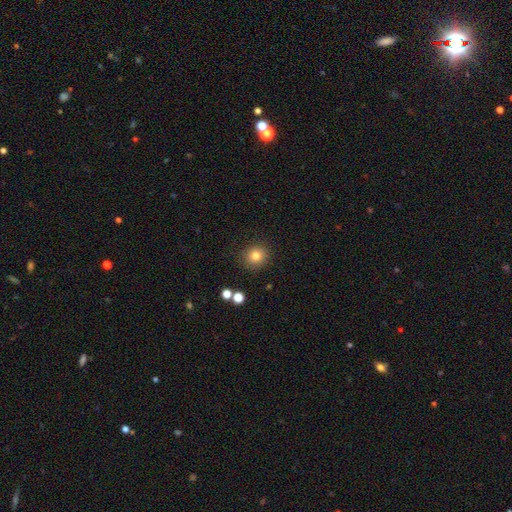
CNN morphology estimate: smooth-or-featured: smooth: 81% | star or artifact: 12% | featured or disk: 7%
  how-rounded: round: 89% | in between: 10% | cigar-shaped: 1%
  merging: none: 89% | minor disturbance: 7% | major disturbance: 2% | merger: 2%